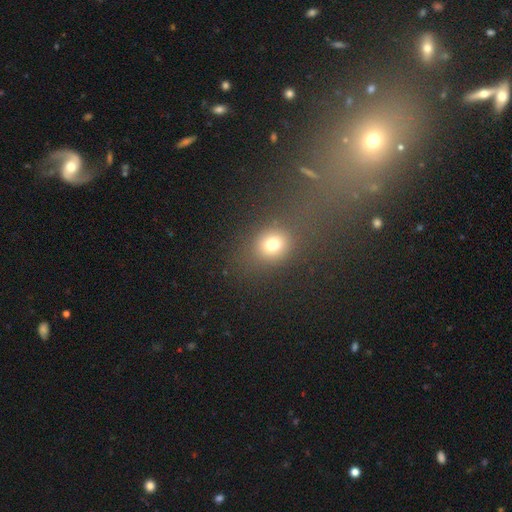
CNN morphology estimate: A smooth galaxy with no disk features (60%) that is round (63%).

Vote fractions:
- Smooth or featured? smooth: 60% / star or artifact: 31% / featured or disk: 9%
- How rounded? round: 63% / in between: 34% / cigar-shaped: 2%
- Merging? none: 67% / merger: 16% / minor disturbance: 10% / major disturbance: 7%